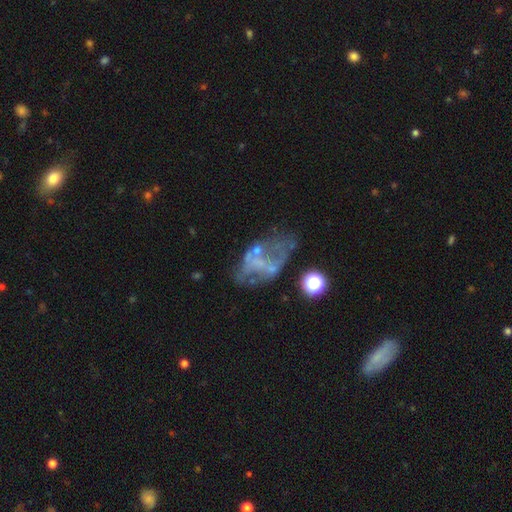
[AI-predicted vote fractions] featured or disk 64%, smooth 21%, star or artifact 16%. Down the decision tree: edge-on disk — no (97%); bar — no (81%); spiral arms — no (80%); bulge size — none (66%); merging — none (38%).